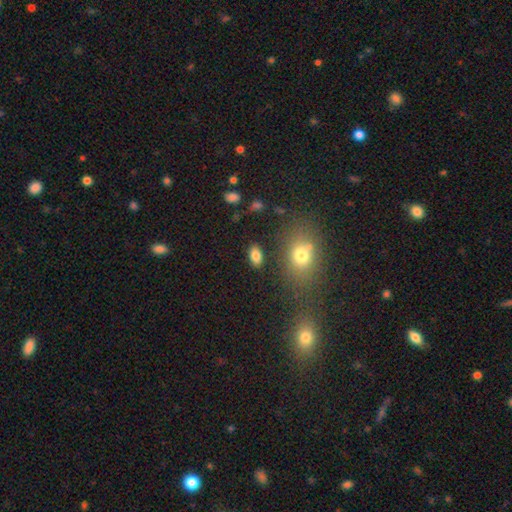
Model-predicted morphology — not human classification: Smooth or featured?
  - smooth: 83% *
  - star or artifact: 10%
  - featured or disk: 7%
How rounded?
  - in between: 90% *
  - round: 8%
  - cigar-shaped: 2%
Merging?
  - none: 85% *
  - minor disturbance: 9%
  - merger: 3%
  - major disturbance: 3%